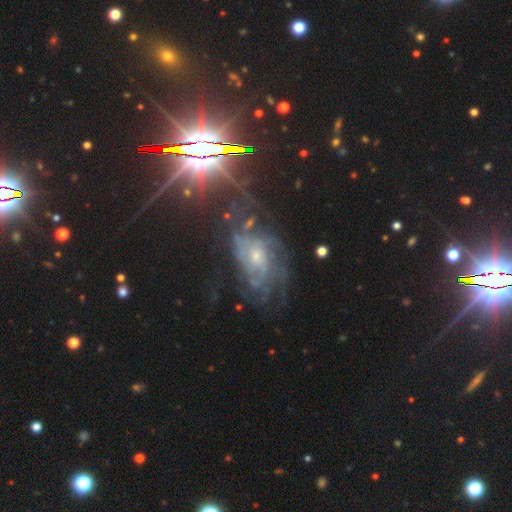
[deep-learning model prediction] This is likely a featured or disk galaxy (76%). It is clearly not viewed edge-on (95%). Bar: likely no (73%). Spiral arm pattern: clearly yes (85%). Spiral arm count: possibly can't tell (47%). Spiral winding: possibly tight (45%). Central bulge: possibly small (51%). Merging: possibly none (51%).